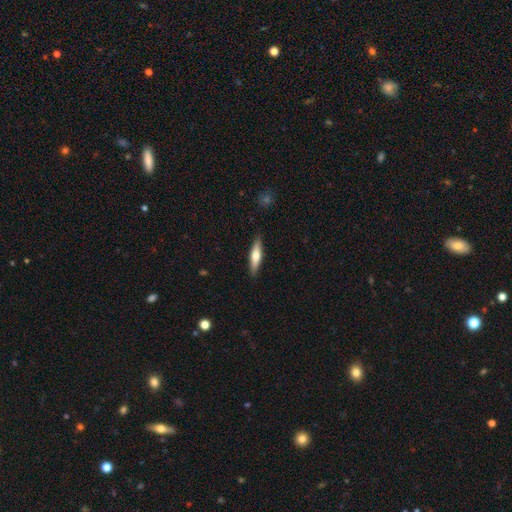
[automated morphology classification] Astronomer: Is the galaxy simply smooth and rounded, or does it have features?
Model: smooth — 54% (runner-up: featured or disk, 40%).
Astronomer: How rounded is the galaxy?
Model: cigar-shaped — 76%.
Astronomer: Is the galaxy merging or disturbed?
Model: none — 89%.